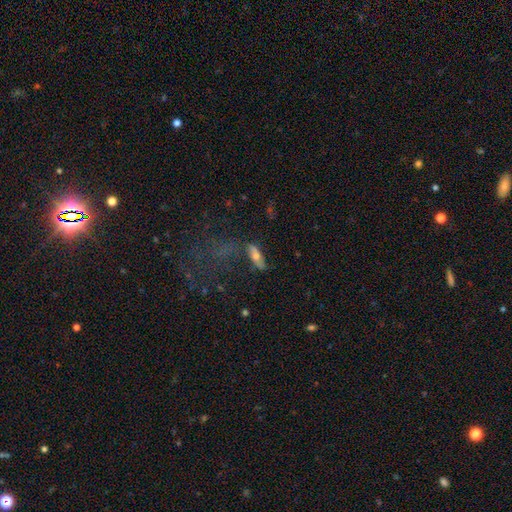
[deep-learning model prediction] This is possibly a smooth galaxy (59%). How rounded: possibly in between (58%). Merging: likely none (63%).